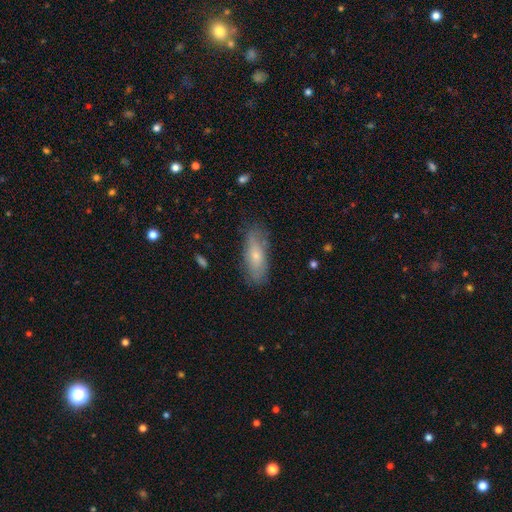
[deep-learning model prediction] This appears to be a smooth galaxy with no disk features (66%) that is in between round and cigar-shaped (69%). Merging: none (77%).